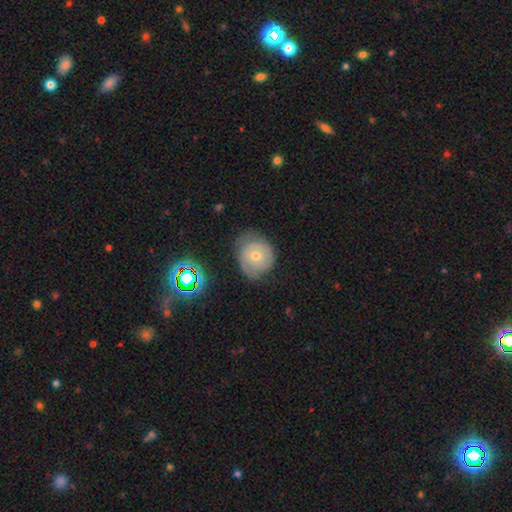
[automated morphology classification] A featured or disk galaxy (55%) with no bar (80%), spiral arms (74%) and a moderate central bulge (48%, tied with small).

Vote fractions:
- Smooth or featured? featured or disk: 55% / smooth: 34% / star or artifact: 11%
- Edge-on disk? no: 96% / yes: 4%
- Bar? no: 80% / weak: 17% / strong: 4%
- Spiral arms? yes: 74% / no: 26%
- Bulge size? moderate: 48% (tied) / small: 48% (tied) / large: 2% / none: 1% / dominant: 1%
- Merging? none: 62% / minor disturbance: 27% / major disturbance: 9% / merger: 2%